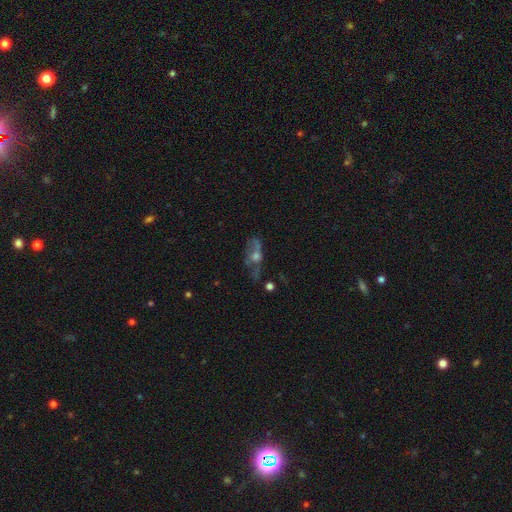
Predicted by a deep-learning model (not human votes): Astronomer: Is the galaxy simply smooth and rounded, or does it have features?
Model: featured or disk — 59%.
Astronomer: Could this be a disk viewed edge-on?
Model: no — 69%.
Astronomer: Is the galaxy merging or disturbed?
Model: none — 53%.